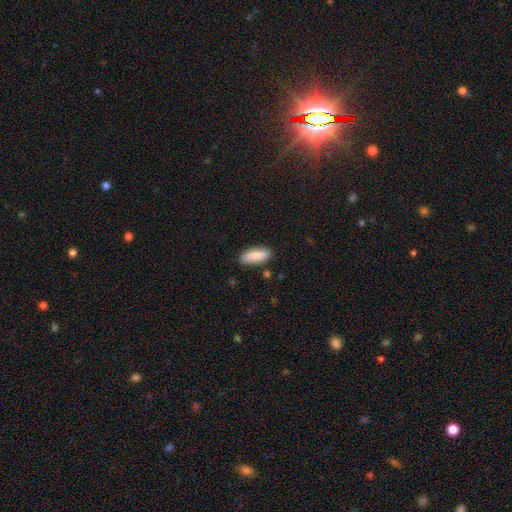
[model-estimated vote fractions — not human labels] The model was most divided on "how rounded": in between: 77%, cigar-shaped: 21%, round: 2%. More confident: merging — none (84%); smooth or featured — smooth (82%).